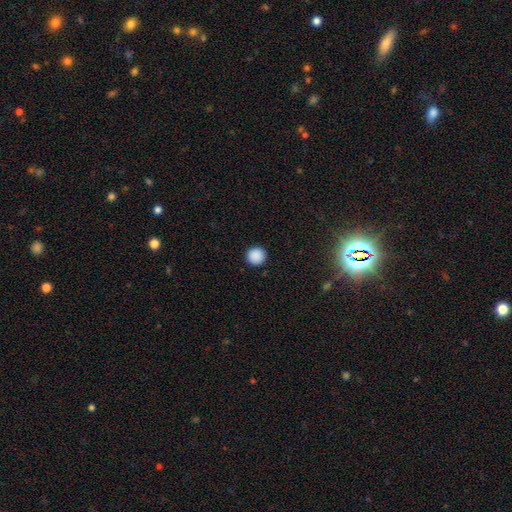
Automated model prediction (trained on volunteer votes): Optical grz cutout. It shows a smooth galaxy with no disk features (89%) that is round (95%). Merging: none (93%).